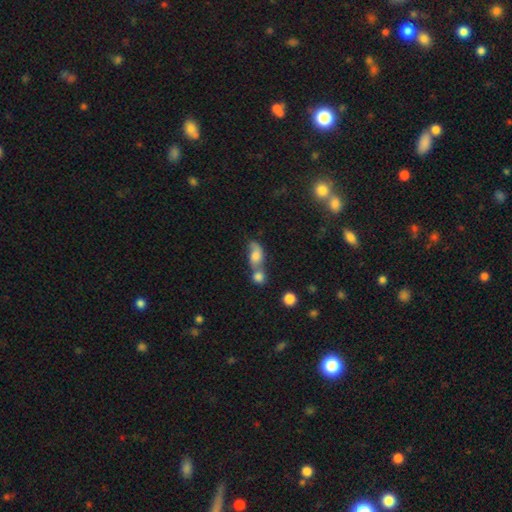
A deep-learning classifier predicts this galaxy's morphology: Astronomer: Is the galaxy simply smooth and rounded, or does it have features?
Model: smooth — 58%.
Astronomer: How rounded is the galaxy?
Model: in between — 70%.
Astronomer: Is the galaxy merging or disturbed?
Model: merger — 60%.